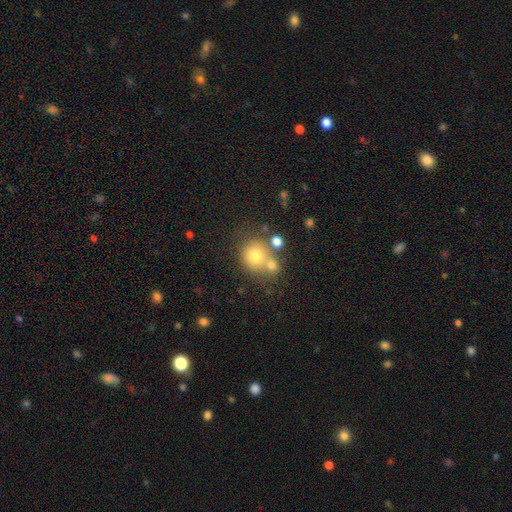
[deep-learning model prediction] A smooth galaxy with no disk features (72%) that is round (83%).

Vote fractions:
- Smooth or featured? smooth: 72% / featured or disk: 14% / star or artifact: 14%
- How rounded? round: 83% / in between: 16% / cigar-shaped: 1%
- Merging? none: 50% / merger: 34% / minor disturbance: 11% / major disturbance: 5%